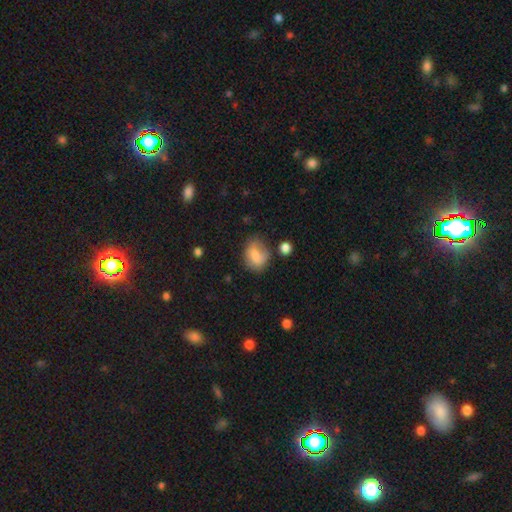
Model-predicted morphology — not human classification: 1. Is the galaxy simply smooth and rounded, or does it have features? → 74% smooth, 17% featured or disk, 9% star or artifact.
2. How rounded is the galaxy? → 63% in between, 36% round, 1% cigar-shaped.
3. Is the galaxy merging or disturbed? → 55% none, 29% minor disturbance, 12% major disturbance, 4% merger.